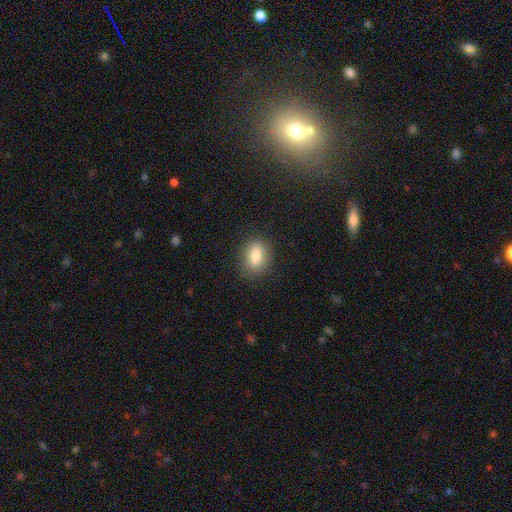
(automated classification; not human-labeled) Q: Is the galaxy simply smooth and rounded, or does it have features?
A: smooth — 81%.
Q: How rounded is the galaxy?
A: in between — 77%.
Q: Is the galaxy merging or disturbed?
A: none — 86%.